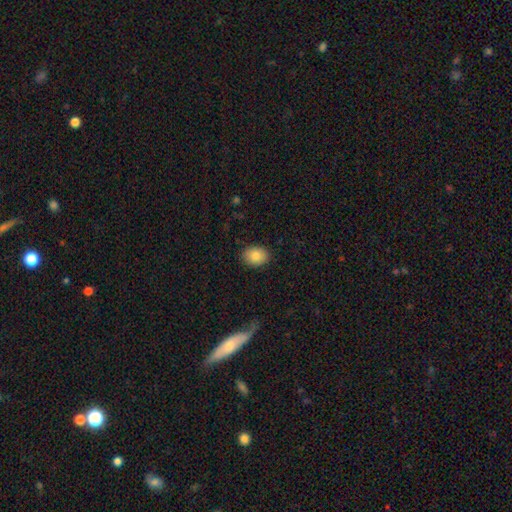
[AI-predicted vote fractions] Smooth or featured? Predicted: smooth (p=0.84). How rounded? Predicted: in between (p=0.64). Merging? Predicted: none (p=0.89).